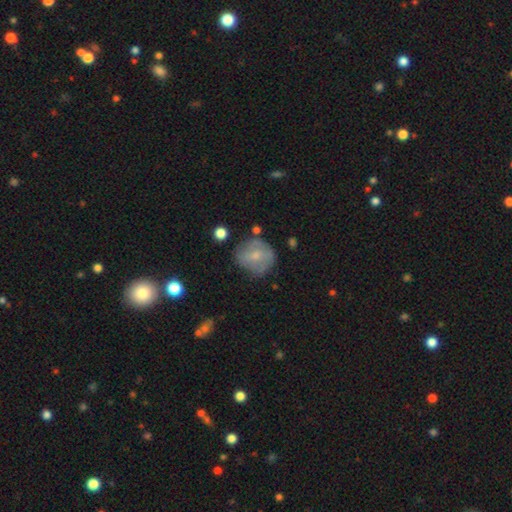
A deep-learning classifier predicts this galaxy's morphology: Smooth or featured? smooth (57%)
How rounded? round (79%)
Merging? none (61%)